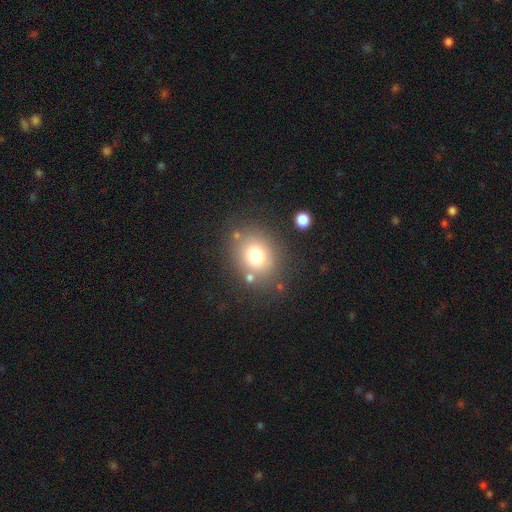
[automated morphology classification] Overall: smooth (74%). How rounded: round (68%; in between 32%). Merging: none (77%).